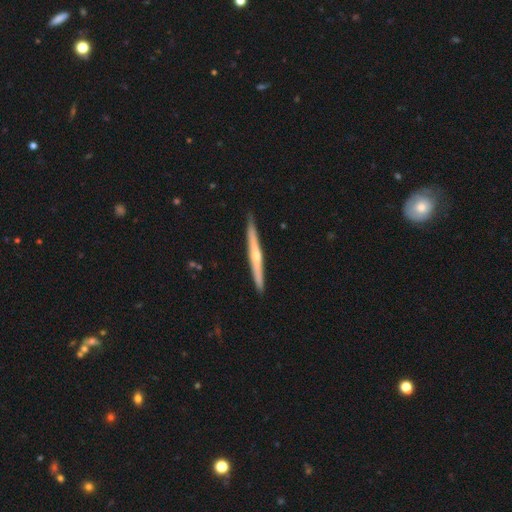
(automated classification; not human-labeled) A featured or disk galaxy (75%) viewed edge-on (98%) with a rounded central bulge (75%). Merging: none (91%).